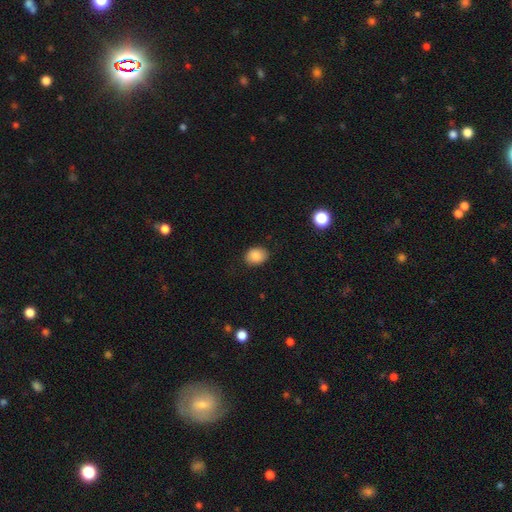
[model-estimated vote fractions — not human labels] Morphology: type=smooth (86%); roundness=in between (65%); merging=none (84%).